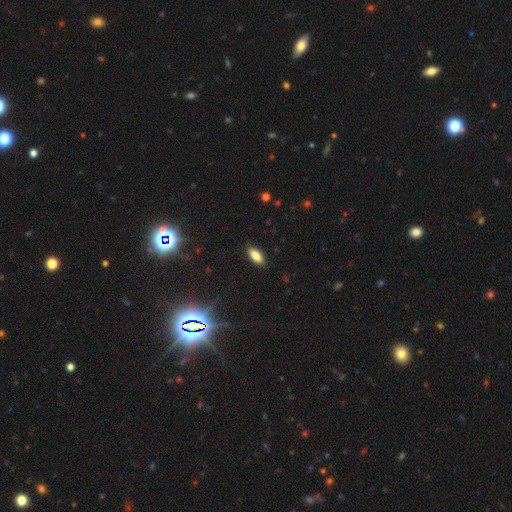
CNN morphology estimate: A smooth galaxy with no disk features (83%) that is in between round and cigar-shaped (82%). Merging: none (87%).